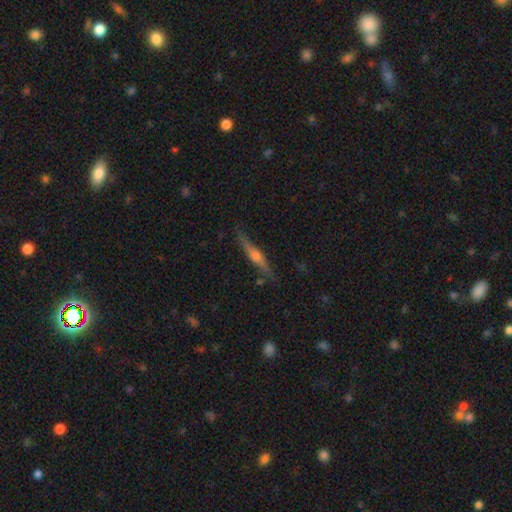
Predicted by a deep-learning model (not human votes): This is likely a featured or disk galaxy (74%). It is clearly viewed edge-on (97%). Edge-on bulge: clearly rounded (87%). Merging: clearly none (84%).